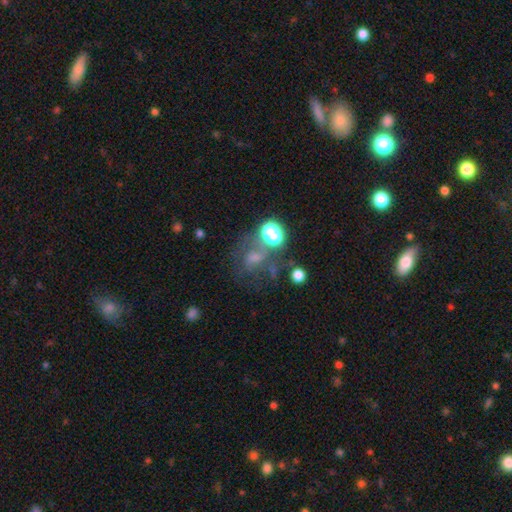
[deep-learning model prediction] Morphology: type=smooth (36%); merging=none (43%).